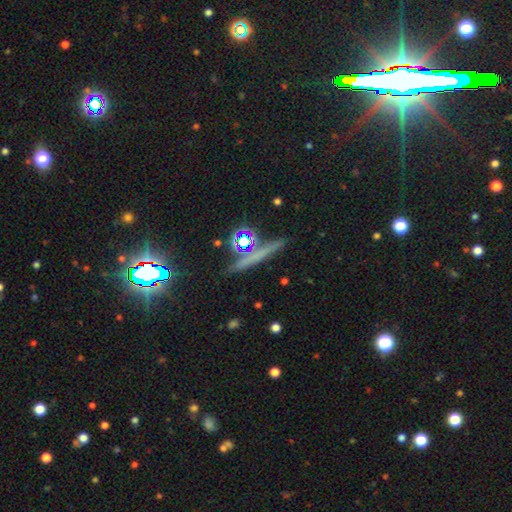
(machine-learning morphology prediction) type=smooth (38%); merging=none (82%).